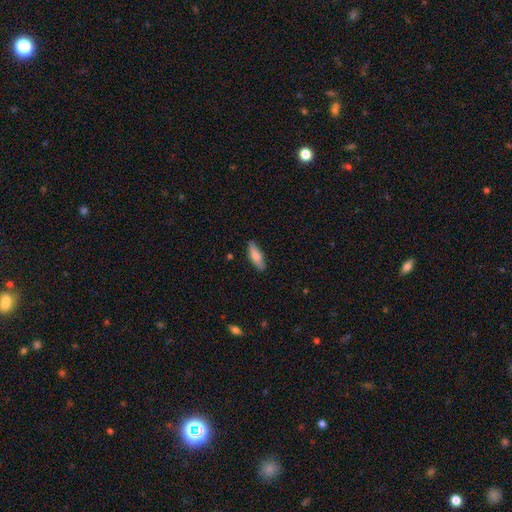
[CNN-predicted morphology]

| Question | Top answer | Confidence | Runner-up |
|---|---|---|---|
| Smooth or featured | smooth | 77% | featured or disk (17%) |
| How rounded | in between | 55% | cigar-shaped (43%) |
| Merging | none | 85% | minor disturbance (11%) |